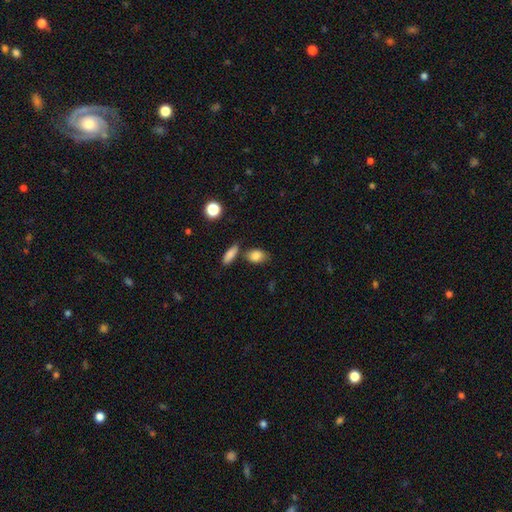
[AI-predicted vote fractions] Smooth or featured?
  - smooth: 85% *
  - star or artifact: 8%
  - featured or disk: 7%
How rounded?
  - in between: 79% *
  - round: 18%
  - cigar-shaped: 3%
Merging?
  - none: 66% *
  - minor disturbance: 16%
  - merger: 14%
  - major disturbance: 4%